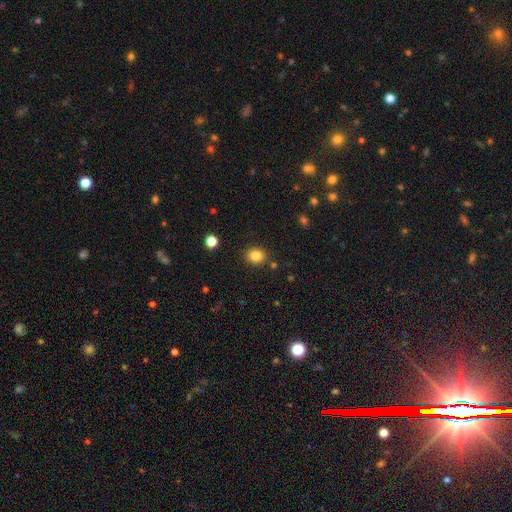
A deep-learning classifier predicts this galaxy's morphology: A smooth galaxy with no disk features (83%) that is round (72%).

Vote fractions:
- Smooth or featured? smooth: 83% / star or artifact: 12% / featured or disk: 5%
- How rounded? round: 72% / in between: 27% / cigar-shaped: 1%
- Merging? none: 87% / minor disturbance: 8% / merger: 3% / major disturbance: 2%